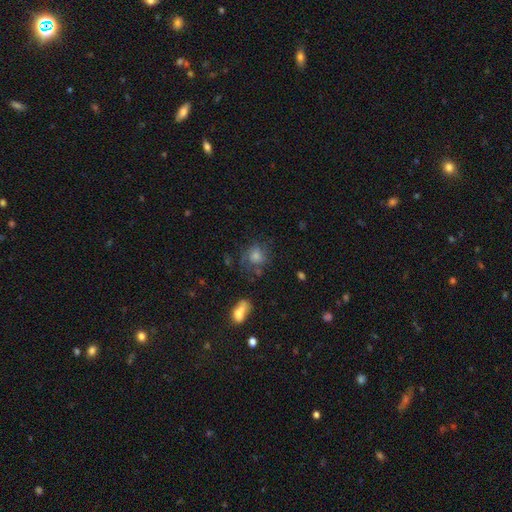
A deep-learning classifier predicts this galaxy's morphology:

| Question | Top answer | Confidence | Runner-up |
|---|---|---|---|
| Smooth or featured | smooth | 56% | featured or disk (22%) |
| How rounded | round | 74% | in between (24%) |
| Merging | none | 63% | minor disturbance (20%) |